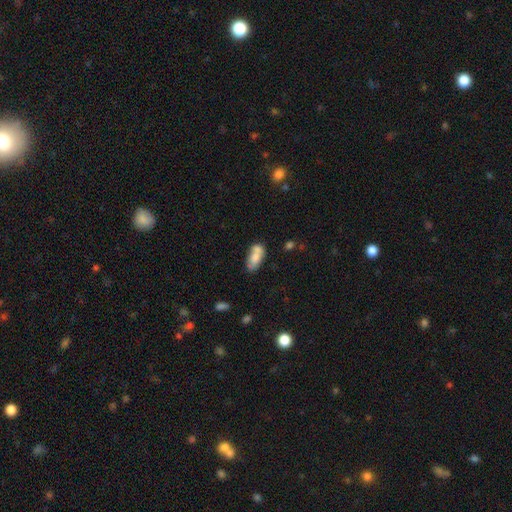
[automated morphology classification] A smooth galaxy with no disk features (68%) that is in between round and cigar-shaped (87%).

Vote fractions:
- Smooth or featured? smooth: 68% / featured or disk: 25% / star or artifact: 8%
- How rounded? in between: 87% / cigar-shaped: 8% / round: 5%
- Merging? none: 41% / merger: 36% / minor disturbance: 17% / major disturbance: 6%